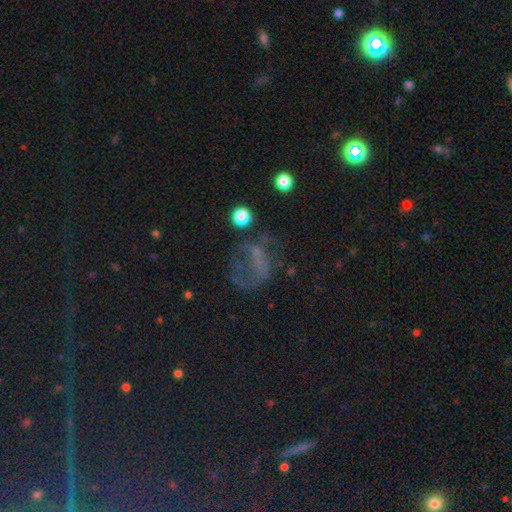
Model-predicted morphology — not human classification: Smooth or featured: star or artifact — 47% (featured or disk — 31%)